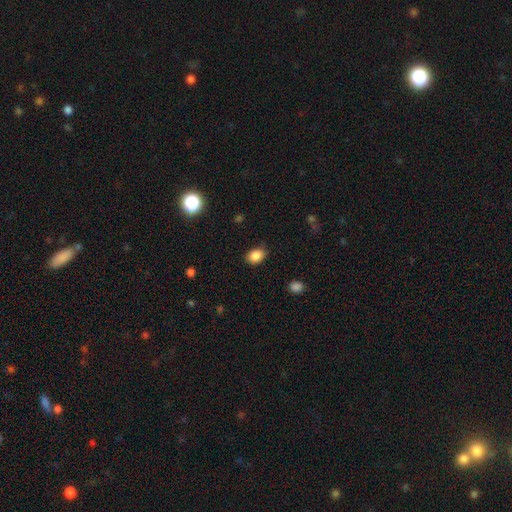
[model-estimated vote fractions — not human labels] Morphology: type=smooth (87%); roundness=in between (74%); merging=none (80%).